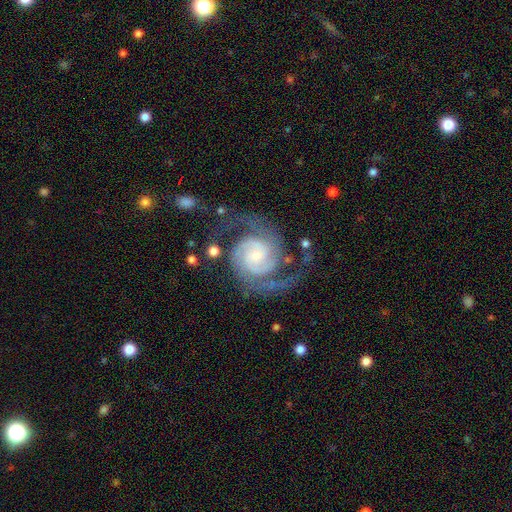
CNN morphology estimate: This appears to be a featured or disk galaxy (92%) with no bar (63%), 2 (81%) tight (54%) spiral arms (99%) and a small central bulge (71%). Merging: none (67%).